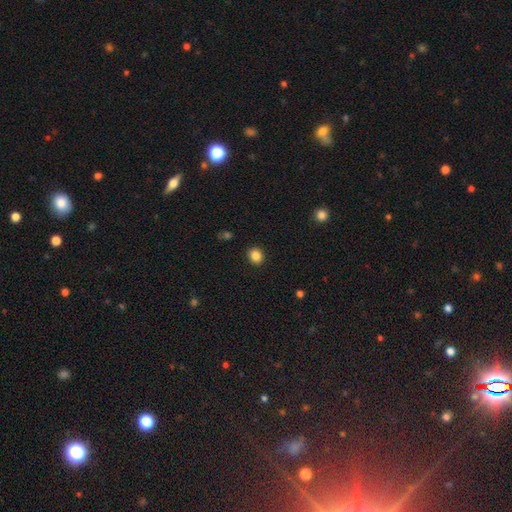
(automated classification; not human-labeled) Smooth or featured?
  - smooth: 86% *
  - star or artifact: 10%
  - featured or disk: 4%
How rounded?
  - round: 68% *
  - in between: 31%
  - cigar-shaped: 1%
Merging?
  - none: 90% *
  - minor disturbance: 7%
  - major disturbance: 2%
  - merger: 1%